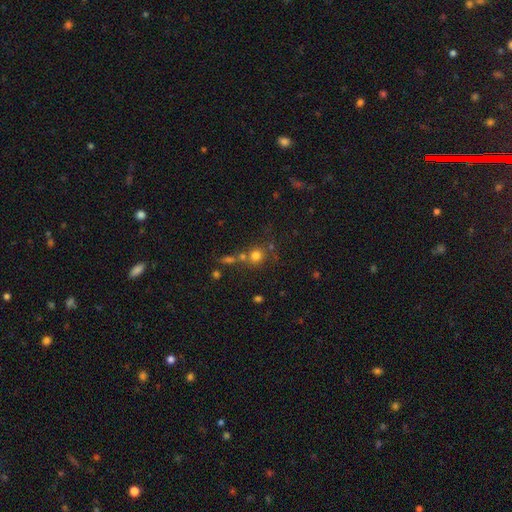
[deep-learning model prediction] Smooth or featured? smooth (72%)
How rounded? round (89%)
Merging? none (60%)